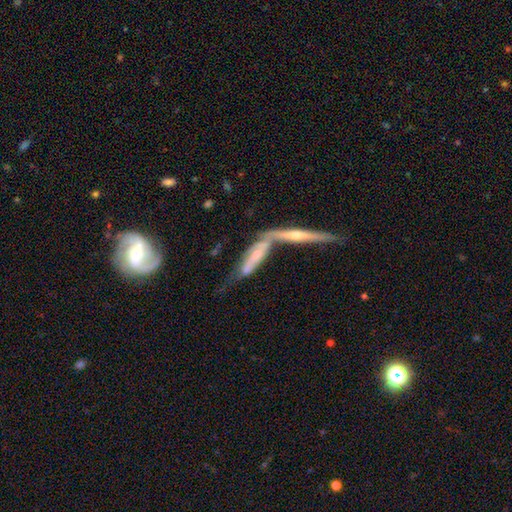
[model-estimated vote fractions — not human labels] smooth-or-featured: featured or disk: 66% | smooth: 26% | star or artifact: 7%
  disk-edge-on: yes: 68% | no: 32%
  merging: merger: 56% | none: 26% | minor disturbance: 12% | major disturbance: 6%